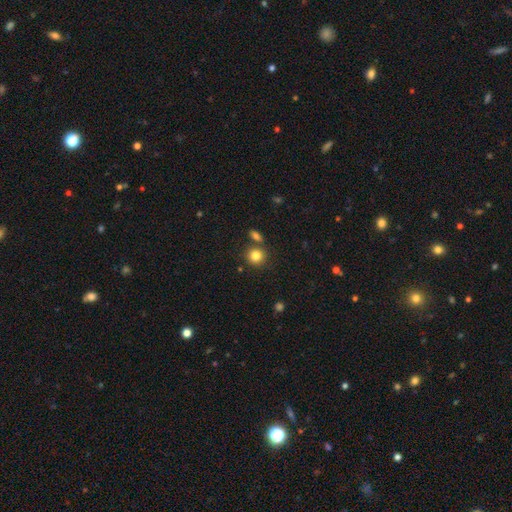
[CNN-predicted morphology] Q: Smooth or featured?
A: smooth (83%); runner-up: star or artifact (11%)
Q: How rounded?
A: round (87%); runner-up: in between (12%)
Q: Merging?
A: none (75%); runner-up: merger (13%)